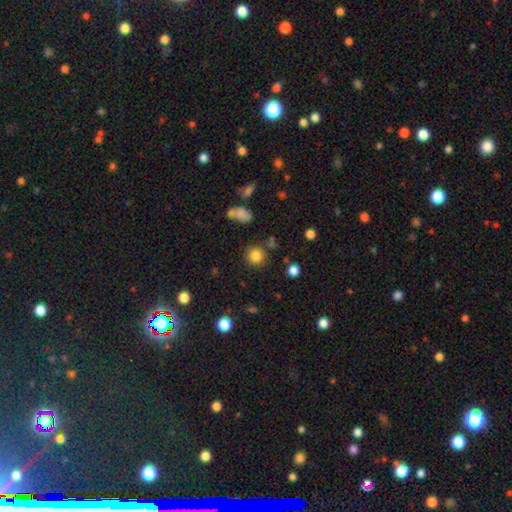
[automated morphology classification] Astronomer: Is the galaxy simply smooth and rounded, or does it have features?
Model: smooth — 83%.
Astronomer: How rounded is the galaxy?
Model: round — 92%.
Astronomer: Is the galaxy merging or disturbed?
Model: none — 84%.